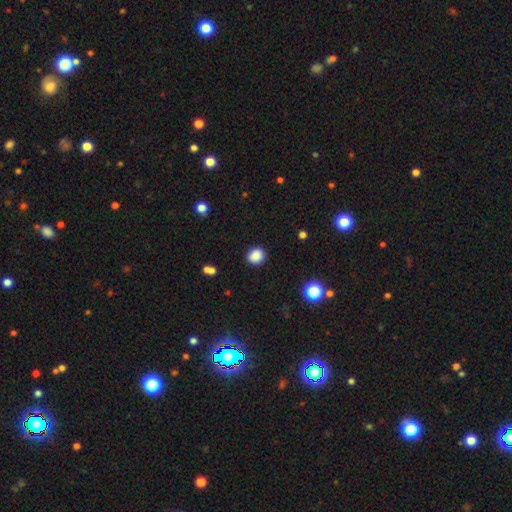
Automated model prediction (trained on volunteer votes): This is clearly a smooth galaxy (86%). How rounded: likely round (76%). Merging: clearly none (88%).